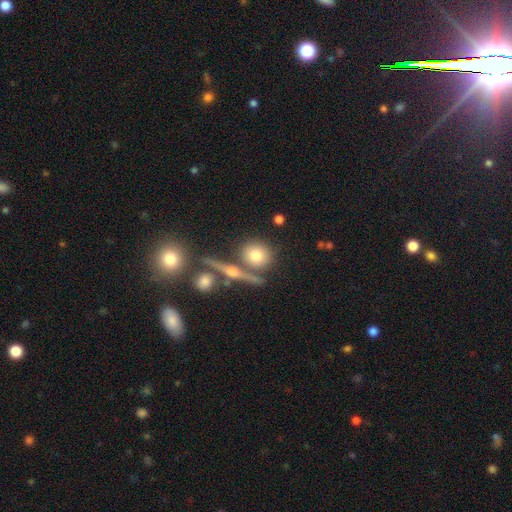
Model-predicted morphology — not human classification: Smooth or featured? smooth (67%)
How rounded? round (79%)
Merging? none (68%)